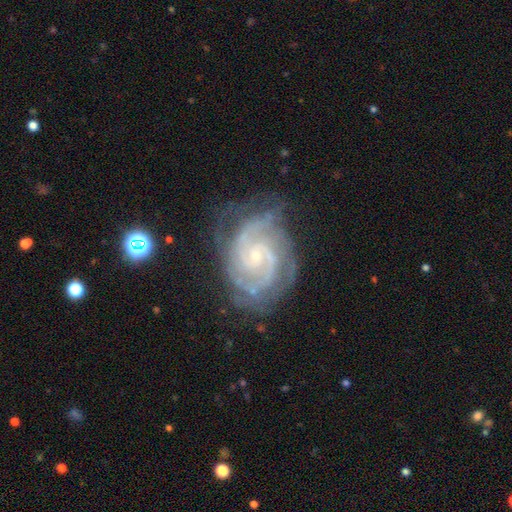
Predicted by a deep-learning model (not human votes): The model was most divided on "spiral arm count": 2: 46%, 3: 21%, can't tell: 14%, 4: 8%, more than 4: 5%, 1: 5%. More confident: spiral arms — yes (98%); edge-on disk — no (98%); smooth or featured — featured or disk (91%); bulge size — small (81%); merging — none (68%); spiral winding — tight (63%); bar — no (62%).